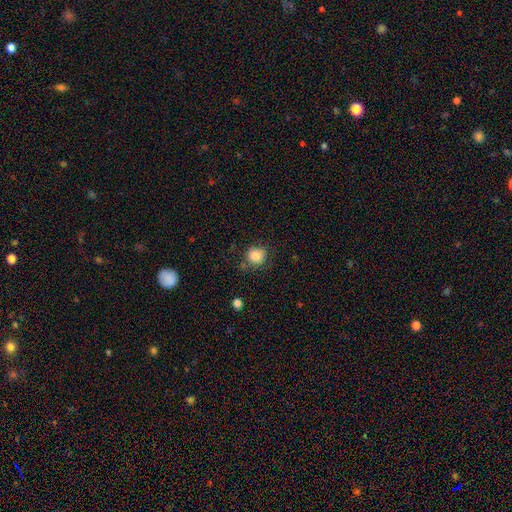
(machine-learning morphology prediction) Smooth or featured: smooth — 83% (star or artifact — 10%)
How rounded: round — 87% (in between — 12%)
Merging: none — 75% (minor disturbance — 16%)